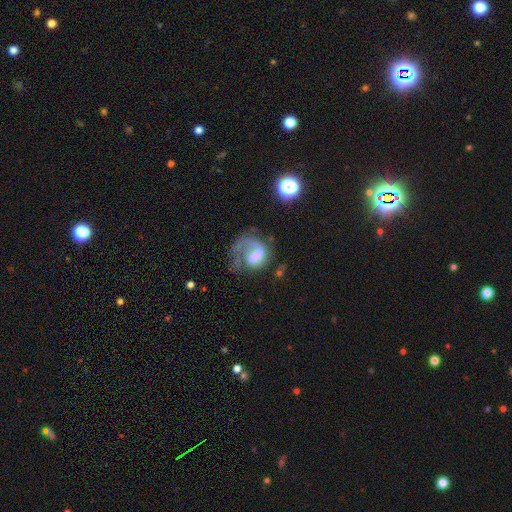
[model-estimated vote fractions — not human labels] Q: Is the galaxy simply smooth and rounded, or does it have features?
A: featured or disk — 66%.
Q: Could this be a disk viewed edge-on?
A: no — 97%.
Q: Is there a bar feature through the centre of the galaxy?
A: weak — 47%.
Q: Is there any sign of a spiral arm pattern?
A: yes — 82%.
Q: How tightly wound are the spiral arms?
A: medium — 39%.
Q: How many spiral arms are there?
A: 1 — 77%.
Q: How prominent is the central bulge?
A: moderate — 37%.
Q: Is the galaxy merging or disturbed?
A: major disturbance — 47%.